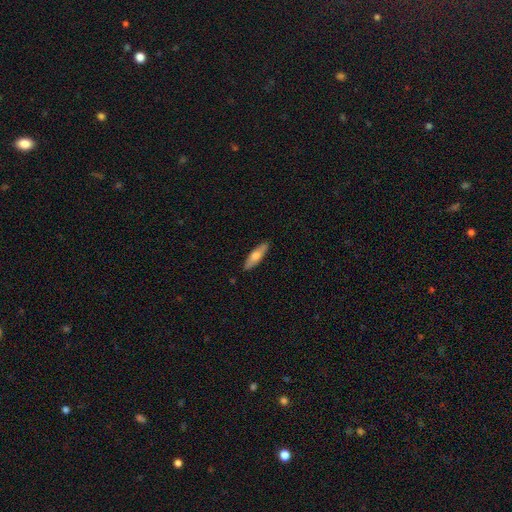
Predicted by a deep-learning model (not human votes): Q: Smooth or featured?
A: smooth (63%); runner-up: featured or disk (32%)
Q: How rounded?
A: cigar-shaped (65%); runner-up: in between (33%)
Q: Merging?
A: none (89%); runner-up: minor disturbance (8%)